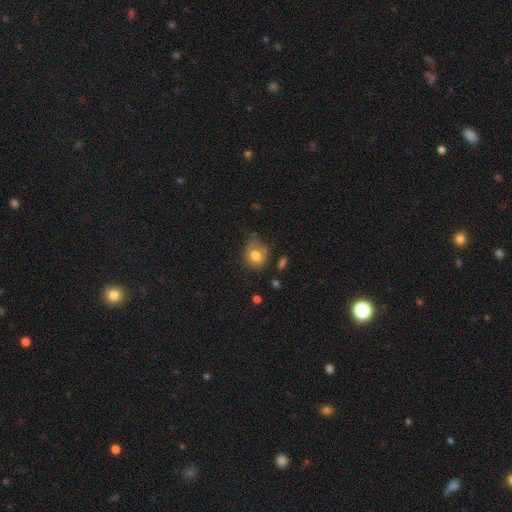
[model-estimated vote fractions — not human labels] smooth-or-featured: smooth: 76% | featured or disk: 14% | star or artifact: 9%
  how-rounded: round: 66% | in between: 33% | cigar-shaped: 1%
  merging: none: 51% | minor disturbance: 32% | major disturbance: 13% | merger: 4%